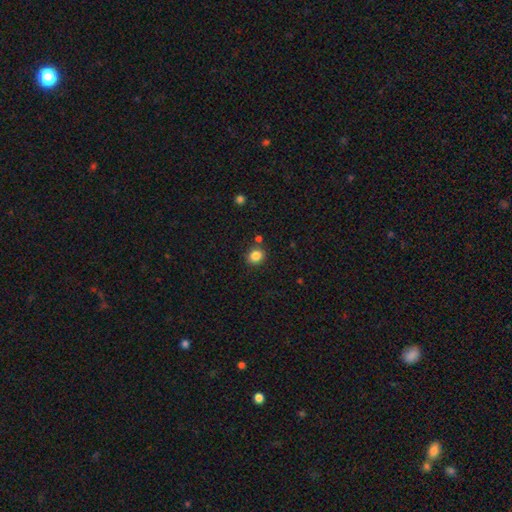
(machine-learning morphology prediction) A smooth galaxy with no disk features (84%) that is round (74%).

Vote fractions:
- Smooth or featured? smooth: 84% / star or artifact: 11% / featured or disk: 5%
- How rounded? round: 74% / in between: 25% / cigar-shaped: 1%
- Merging? none: 82% / minor disturbance: 9% / merger: 7% / major disturbance: 3%